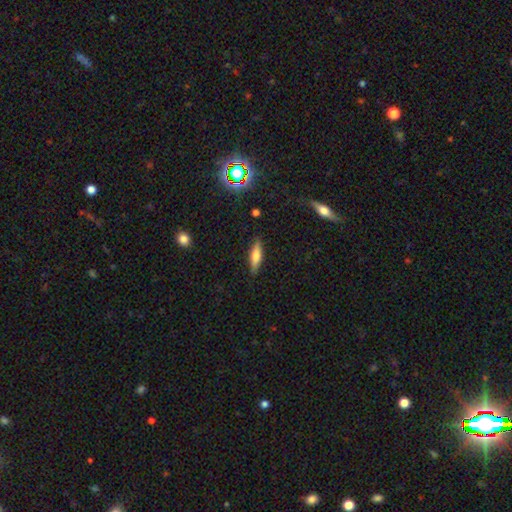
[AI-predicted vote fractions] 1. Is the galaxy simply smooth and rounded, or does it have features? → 62% smooth, 31% featured or disk, 8% star or artifact.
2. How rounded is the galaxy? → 63% cigar-shaped, 34% in between, 2% round.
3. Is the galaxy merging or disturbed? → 87% none, 10% minor disturbance, 2% major disturbance, 1% merger.